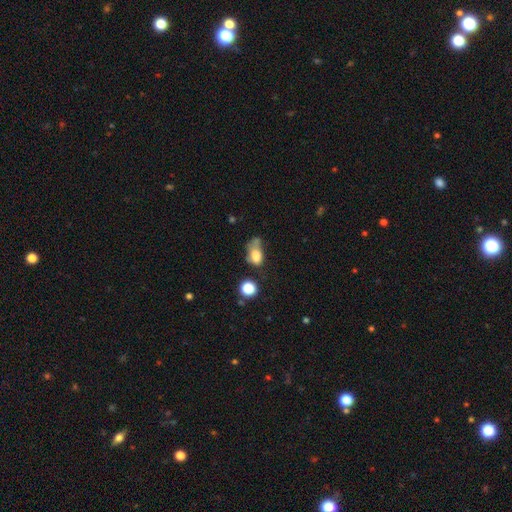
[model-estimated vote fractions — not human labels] smooth 72%, featured or disk 15%, star or artifact 13%. Down the decision tree: how rounded — in between (72%); merging — major disturbance (30%).